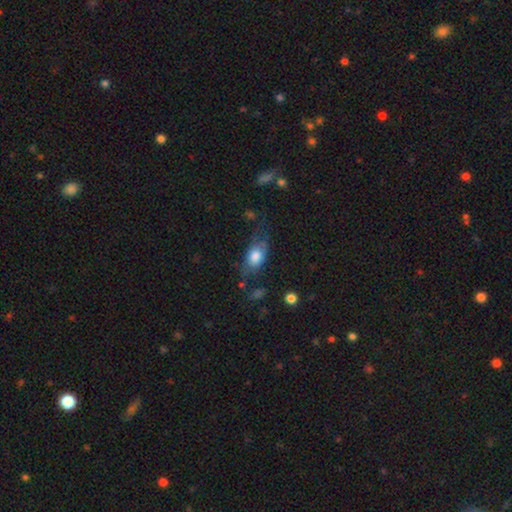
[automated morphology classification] Smooth or featured? smooth (70%)
How rounded? in between (82%)
Merging? none (51%)